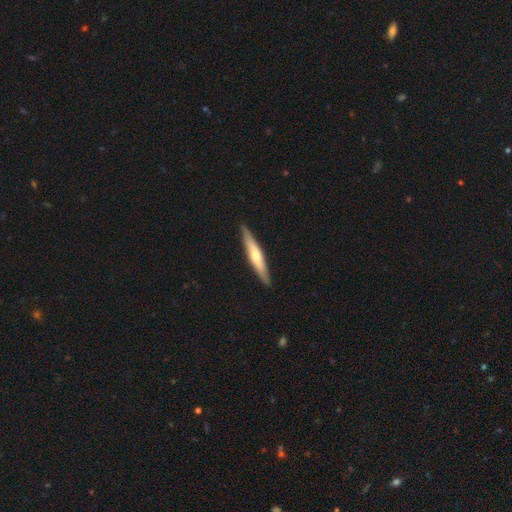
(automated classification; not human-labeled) smooth-or-featured: smooth: 49% | featured or disk: 46% | star or artifact: 5%
  merging: none: 89% | minor disturbance: 8% | major disturbance: 1% | merger: 1%